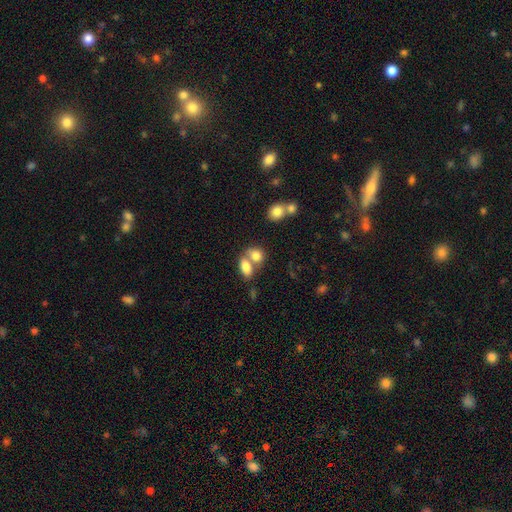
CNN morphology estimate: type=smooth (80%); roundness=in between (73%); merging=merger (56%).